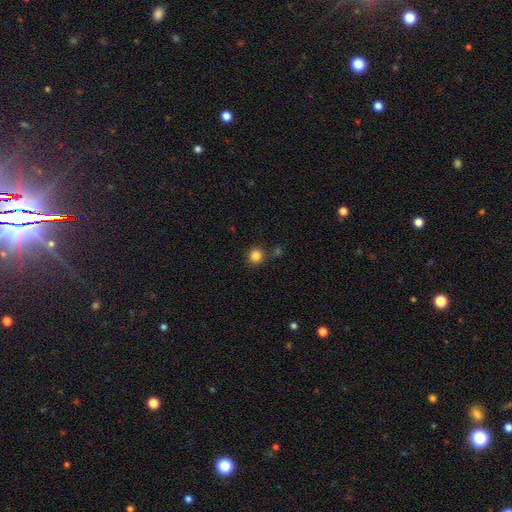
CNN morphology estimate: Smooth or featured: smooth — 85% (star or artifact — 11%)
How rounded: round — 90% (in between — 9%)
Merging: none — 79% (minor disturbance — 10%)